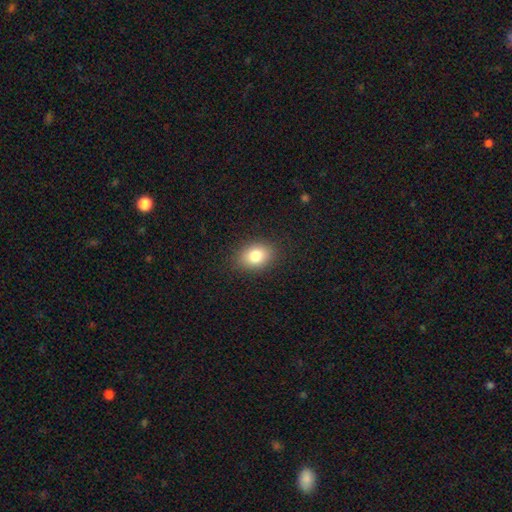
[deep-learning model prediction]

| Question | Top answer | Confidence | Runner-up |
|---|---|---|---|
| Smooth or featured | smooth | 82% | star or artifact (10%) |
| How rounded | in between | 69% | round (29%) |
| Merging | none | 88% | minor disturbance (9%) |